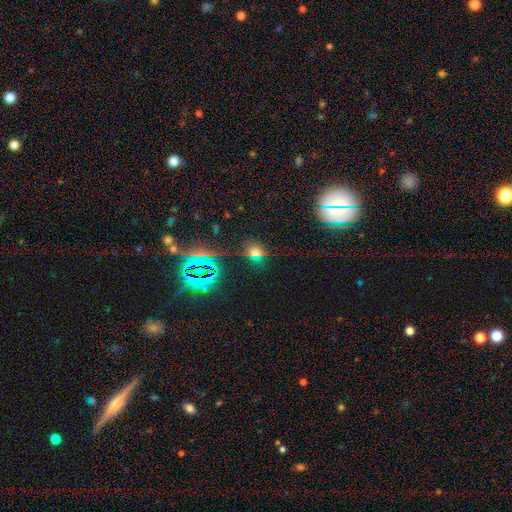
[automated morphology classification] smooth_or_featured: smooth (p=0.48) [alt: star or artifact p=0.43]
merging: none (p=0.72) [alt: minor disturbance p=0.16]